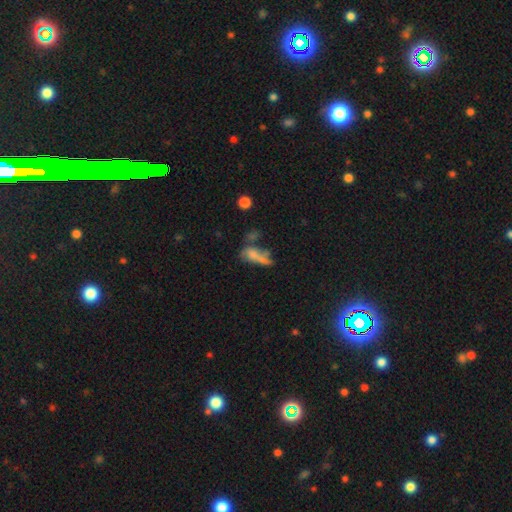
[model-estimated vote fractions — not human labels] Overall: smooth (59%; featured or disk 27%). How rounded: in between (56%; cigar-shaped 37%). Merging: merger (33%; major disturbance 26%).